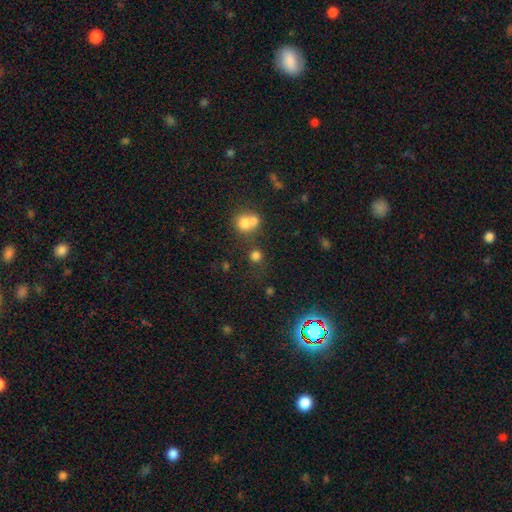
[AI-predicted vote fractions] Overall: smooth (75%). How rounded: round (85%). Merging: none (58%; merger 28%).